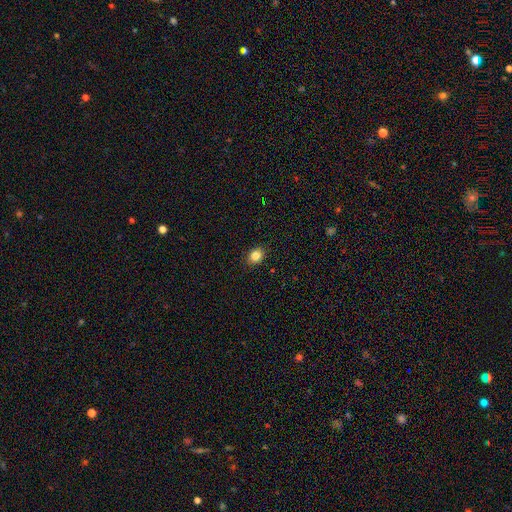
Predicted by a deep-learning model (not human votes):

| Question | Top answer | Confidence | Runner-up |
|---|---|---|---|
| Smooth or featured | smooth | 85% | star or artifact (10%) |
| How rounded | in between | 54% | round (45%) |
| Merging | none | 89% | minor disturbance (8%) |